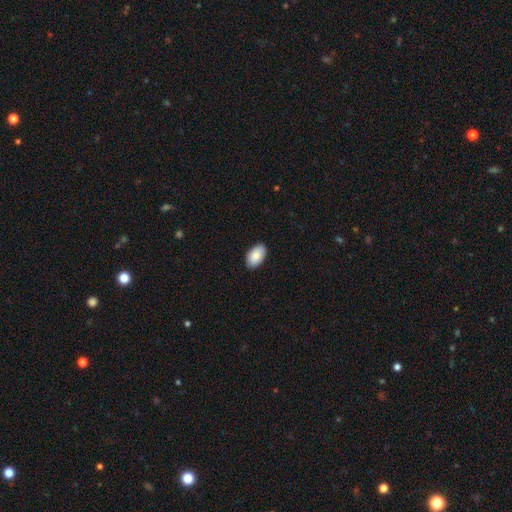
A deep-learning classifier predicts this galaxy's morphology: This appears to be a smooth galaxy with no disk features (86%) that is in between round and cigar-shaped (94%). Merging: none (89%).